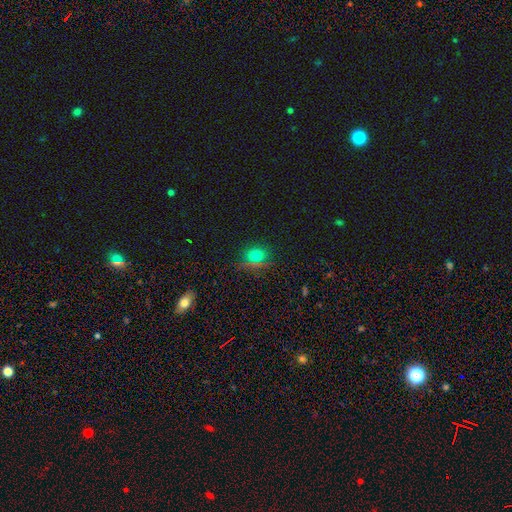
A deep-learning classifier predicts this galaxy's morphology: Smooth or featured?
  - smooth: 68% *
  - star or artifact: 25%
  - featured or disk: 7%
How rounded?
  - round: 62% *
  - in between: 35%
  - cigar-shaped: 3%
Merging?
  - none: 80% *
  - minor disturbance: 12%
  - major disturbance: 5%
  - merger: 3%